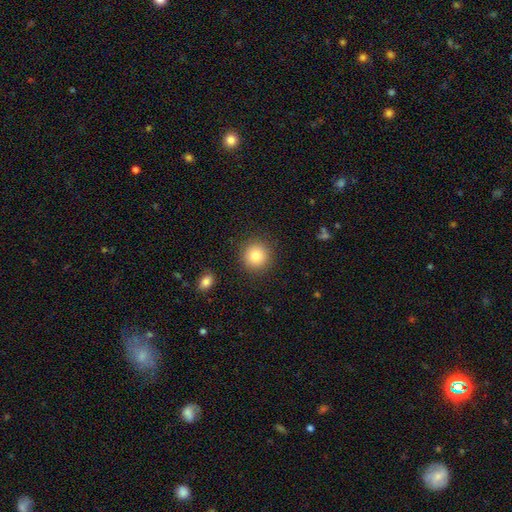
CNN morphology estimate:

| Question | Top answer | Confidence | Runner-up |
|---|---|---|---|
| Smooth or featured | smooth | 82% | star or artifact (10%) |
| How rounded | round | 94% | in between (5%) |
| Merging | none | 90% | minor disturbance (6%) |